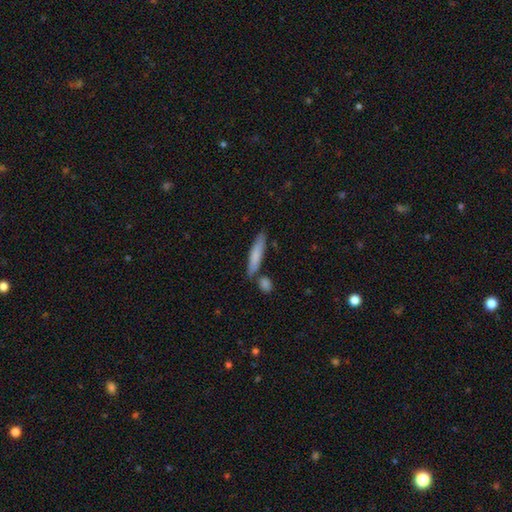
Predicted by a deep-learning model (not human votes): Smooth or featured? Predicted: smooth (p=0.76). How rounded? Predicted: cigar-shaped (p=0.86). Merging? Predicted: none (p=0.73).